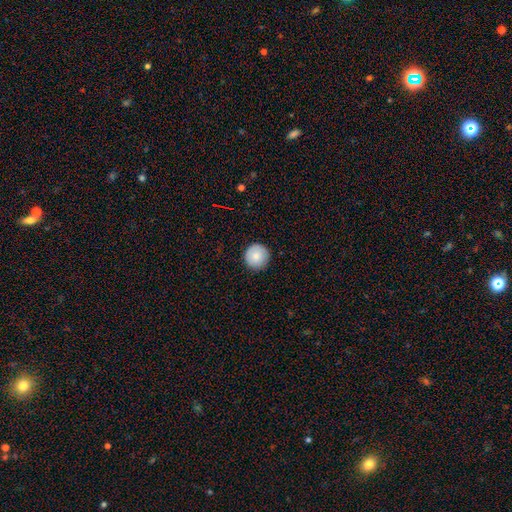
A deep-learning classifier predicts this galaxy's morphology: The model was most divided on "smooth or featured": smooth: 84%, featured or disk: 8%, star or artifact: 8%. More confident: how rounded — round (96%); merging — none (91%).